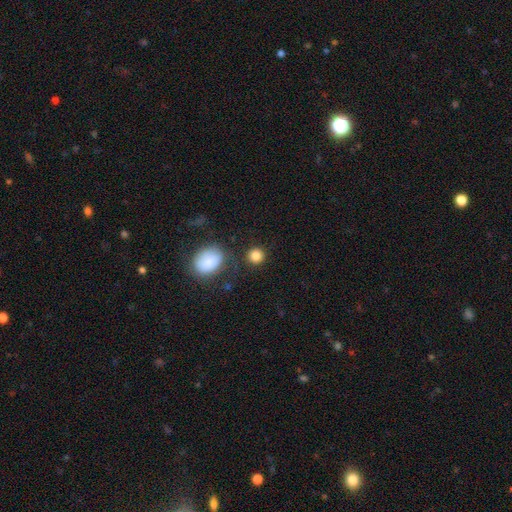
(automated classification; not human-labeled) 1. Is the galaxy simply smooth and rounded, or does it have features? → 86% smooth, 10% star or artifact, 5% featured or disk.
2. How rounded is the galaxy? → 89% round, 10% in between, 1% cigar-shaped.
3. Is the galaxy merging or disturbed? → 81% none, 9% minor disturbance, 5% merger, 4% major disturbance.